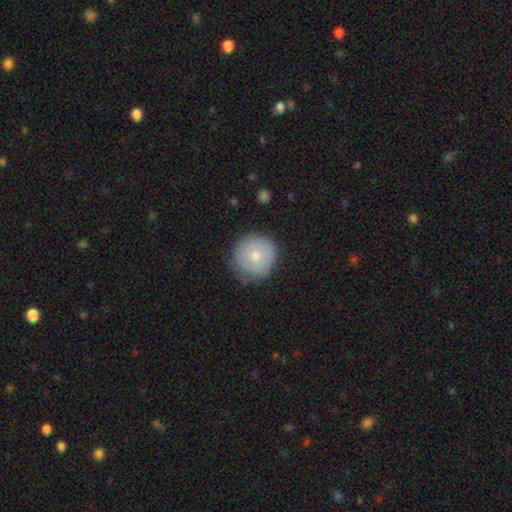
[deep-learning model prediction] Morphology: type=smooth (53%); roundness=round (93%); merging=none (77%).